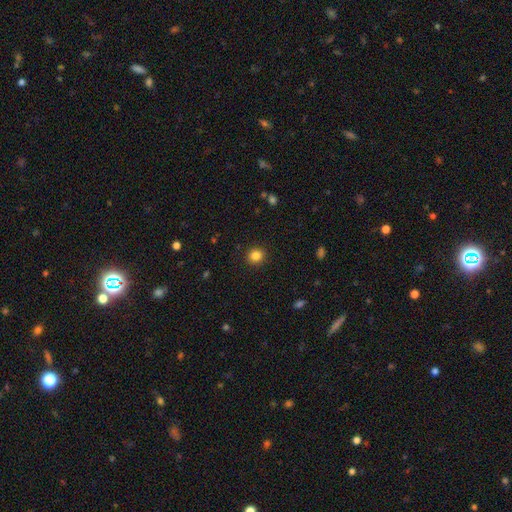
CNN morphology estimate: This appears to be a smooth galaxy with no disk features (84%) that is round (88%). Merging: none (91%).